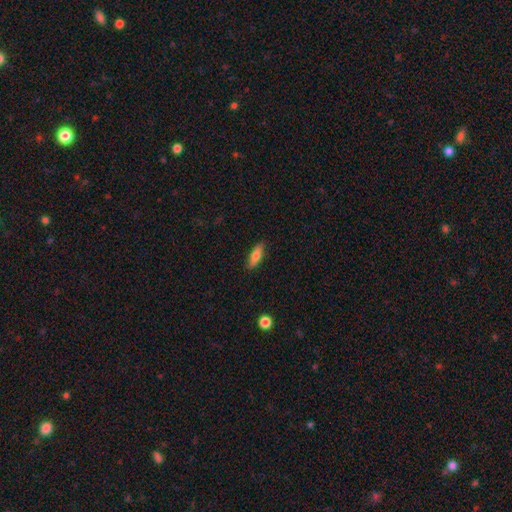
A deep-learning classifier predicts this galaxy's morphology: This appears to be a smooth galaxy with no disk features (74%) that is in between round and cigar-shaped (55%). Merging: none (85%).